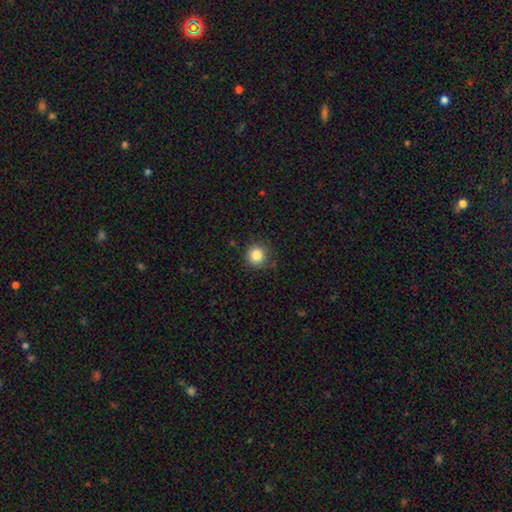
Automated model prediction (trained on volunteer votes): Smooth or featured? Predicted: smooth (p=0.85). How rounded? Predicted: round (p=0.94). Merging? Predicted: none (p=0.86).